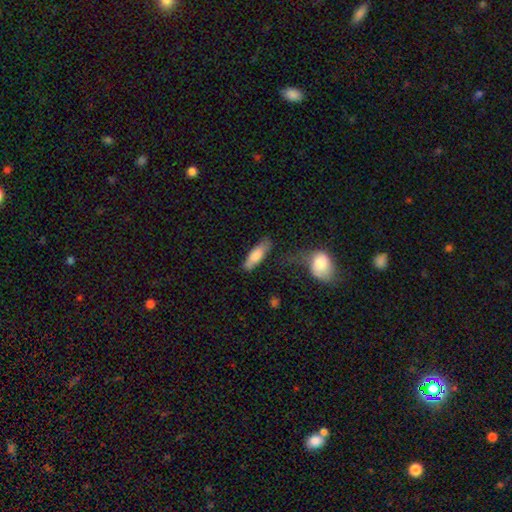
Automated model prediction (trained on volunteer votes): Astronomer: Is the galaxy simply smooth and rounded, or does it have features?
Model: smooth — 77%.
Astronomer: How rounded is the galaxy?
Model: in between — 56% (runner-up: cigar-shaped, 42%).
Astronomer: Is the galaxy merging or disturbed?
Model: none — 59%.